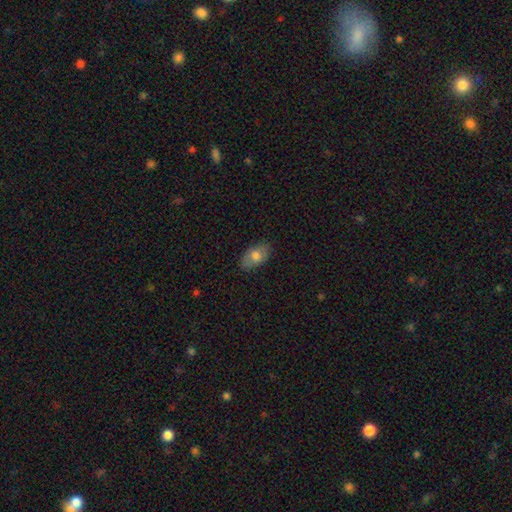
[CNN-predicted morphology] This is likely a smooth galaxy (73%). How rounded: clearly in between (92%). Merging: clearly none (84%).